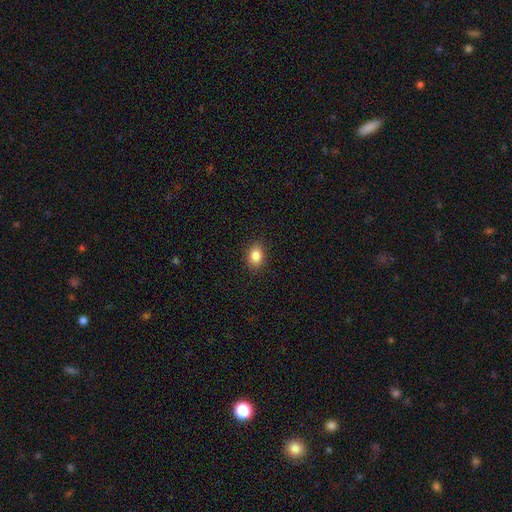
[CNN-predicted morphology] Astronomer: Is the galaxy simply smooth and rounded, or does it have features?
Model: smooth — 86%.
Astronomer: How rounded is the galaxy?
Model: in between — 65%.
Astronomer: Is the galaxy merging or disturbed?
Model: none — 87%.